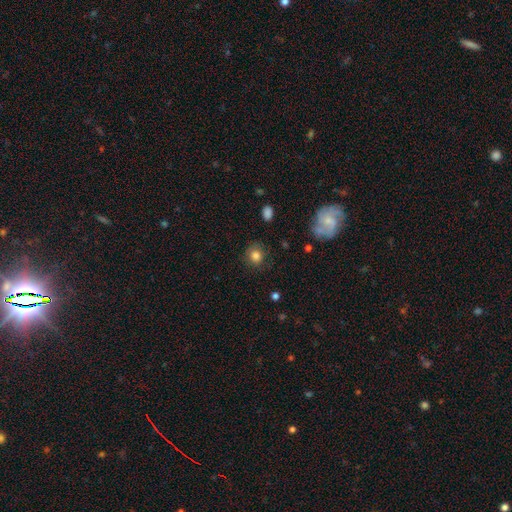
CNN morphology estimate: The model was most divided on "how rounded": round: 82%, in between: 17%, cigar-shaped: 1%. More confident: smooth or featured — smooth (82%); merging — none (80%).